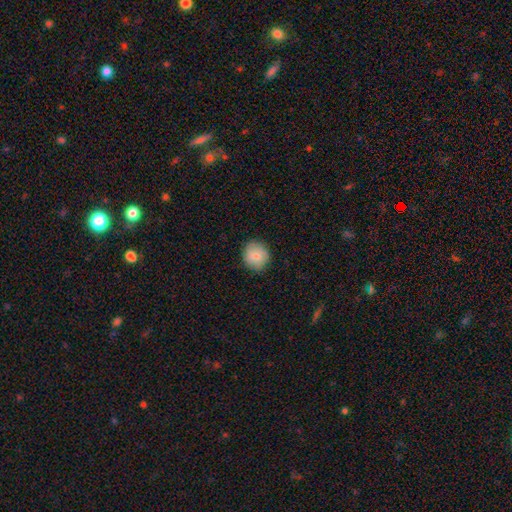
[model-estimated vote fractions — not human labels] Q: Smooth or featured?
A: smooth (81%); runner-up: featured or disk (12%)
Q: How rounded?
A: round (87%); runner-up: in between (12%)
Q: Merging?
A: none (84%); runner-up: minor disturbance (13%)